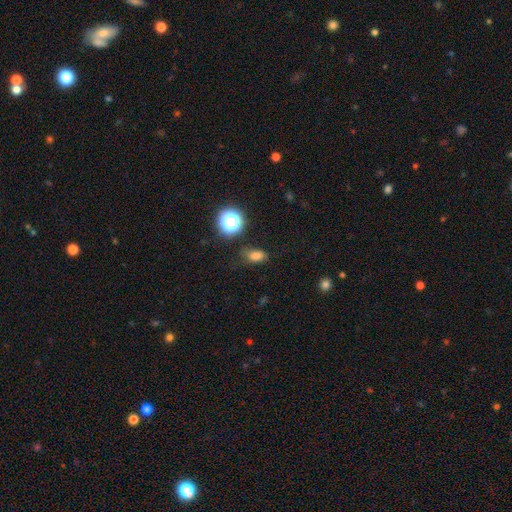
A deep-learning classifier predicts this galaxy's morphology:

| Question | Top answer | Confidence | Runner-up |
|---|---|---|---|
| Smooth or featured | smooth | 75% | star or artifact (18%) |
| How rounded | in between | 78% | round (19%) |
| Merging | none | 68% | minor disturbance (21%) |